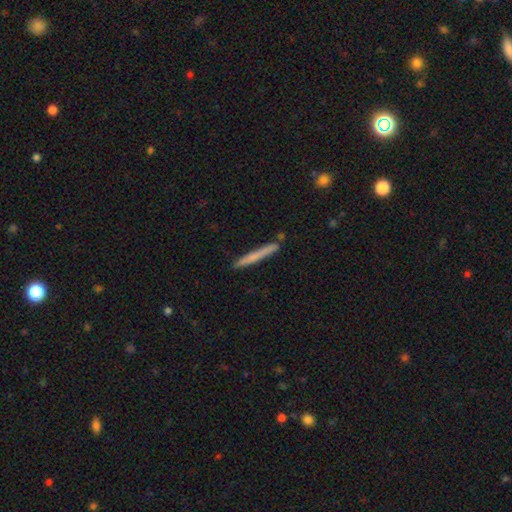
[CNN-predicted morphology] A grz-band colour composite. It shows a smooth galaxy with no disk features (67%) that is cigar-shaped (97%). Merging: none (89%).